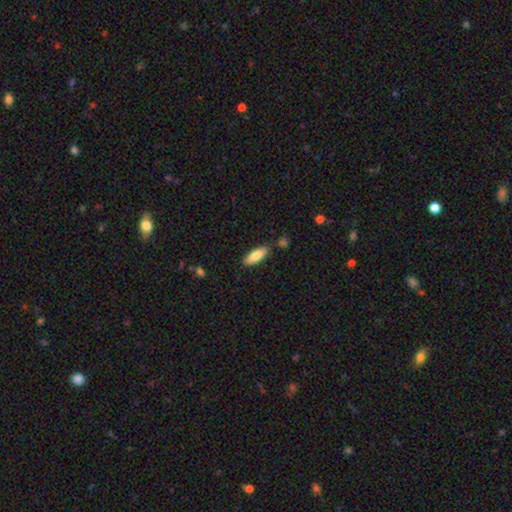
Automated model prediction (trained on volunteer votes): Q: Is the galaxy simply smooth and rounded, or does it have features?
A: smooth — 82%.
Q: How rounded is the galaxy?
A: in between — 62%.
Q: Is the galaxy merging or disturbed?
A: none — 82%.